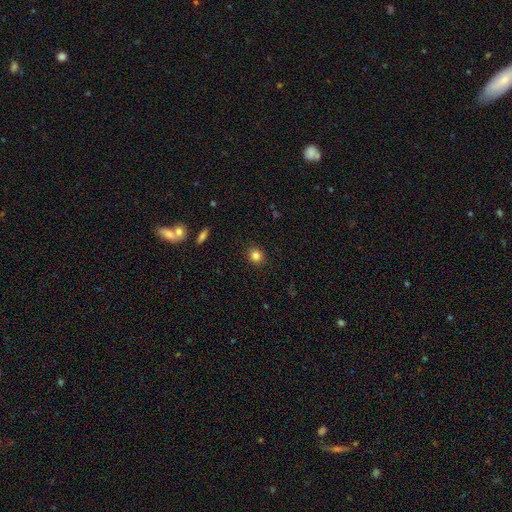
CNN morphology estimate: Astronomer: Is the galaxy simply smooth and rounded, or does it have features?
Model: smooth — 84%.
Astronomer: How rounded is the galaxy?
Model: round — 80%.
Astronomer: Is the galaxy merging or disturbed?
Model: none — 90%.